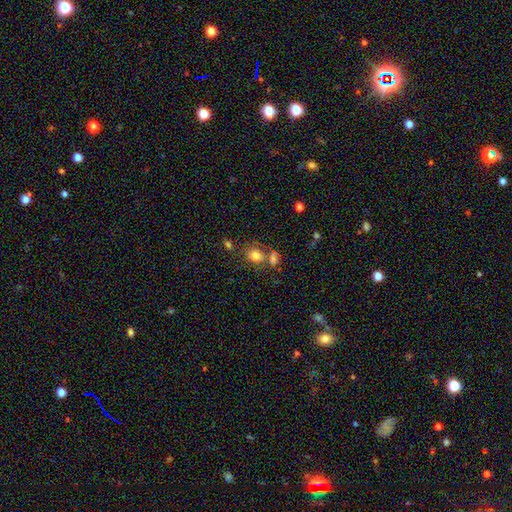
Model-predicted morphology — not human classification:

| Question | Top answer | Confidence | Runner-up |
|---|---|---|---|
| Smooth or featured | smooth | 79% | star or artifact (12%) |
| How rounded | in between | 50% | round (49%) |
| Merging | none | 55% | merger (26%) |